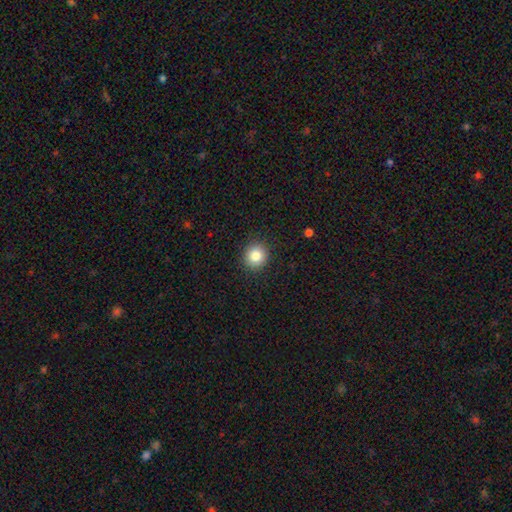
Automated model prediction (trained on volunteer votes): Q: Smooth or featured?
A: smooth (83%); runner-up: star or artifact (10%)
Q: How rounded?
A: round (88%); runner-up: in between (11%)
Q: Merging?
A: none (91%); runner-up: minor disturbance (6%)